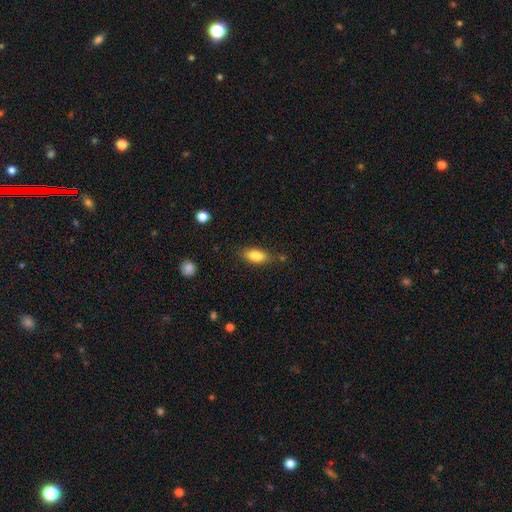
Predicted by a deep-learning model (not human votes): Q: Smooth or featured?
A: smooth (82%); runner-up: featured or disk (10%)
Q: How rounded?
A: in between (82%); runner-up: cigar-shaped (14%)
Q: Merging?
A: none (80%); runner-up: minor disturbance (14%)